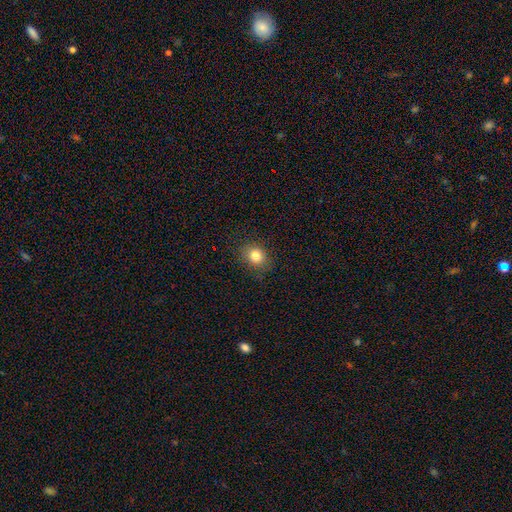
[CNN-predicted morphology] A smooth galaxy with no disk features (81%) that is round (63%).

Vote fractions:
- Smooth or featured? smooth: 81% / star or artifact: 12% / featured or disk: 7%
- How rounded? round: 63% / in between: 36% / cigar-shaped: 1%
- Merging? none: 86% / minor disturbance: 10% / major disturbance: 3% / merger: 1%